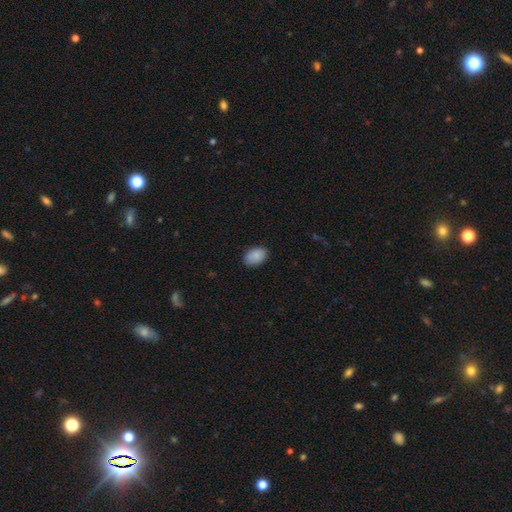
smooth-or-featured: smooth: 89% | featured or disk: 8% | star or artifact: 3%
  how-rounded: in between: 94% | round: 6% | cigar-shaped: 0%
  merging: none: 83% | minor disturbance: 17% | major disturbance: 0% | merger: 0%